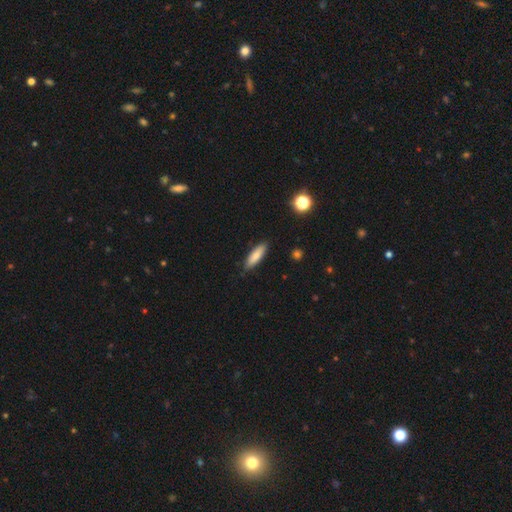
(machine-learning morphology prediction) A smooth galaxy with no disk features (82%) that is cigar-shaped (57%).

Vote fractions:
- Smooth or featured? smooth: 82% / featured or disk: 12% / star or artifact: 6%
- How rounded? cigar-shaped: 57% / in between: 41% / round: 2%
- Merging? none: 86% / minor disturbance: 11% / major disturbance: 2% / merger: 1%